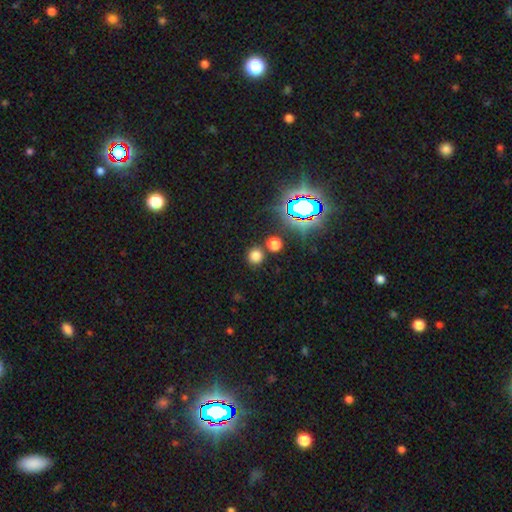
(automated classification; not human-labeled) smooth 73%, star or artifact 21%, featured or disk 6%. Down the decision tree: how rounded — round (91%); merging — none (81%).